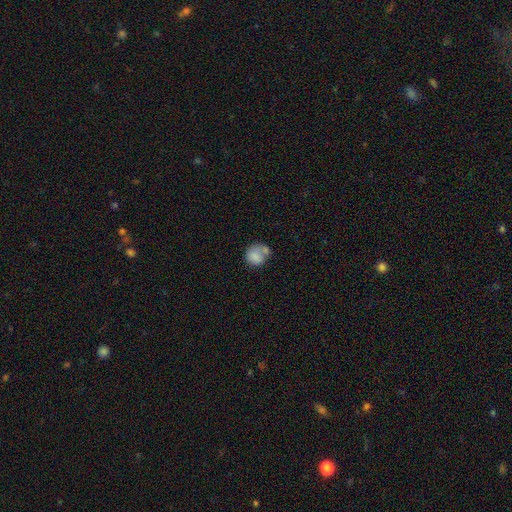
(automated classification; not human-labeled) A smooth galaxy with no disk features (76%) that is round (76%).

Vote fractions:
- Smooth or featured? smooth: 76% / featured or disk: 15% / star or artifact: 8%
- How rounded? round: 76% / in between: 23% / cigar-shaped: 1%
- Merging? none: 40% / merger: 30% / minor disturbance: 18% / major disturbance: 12%